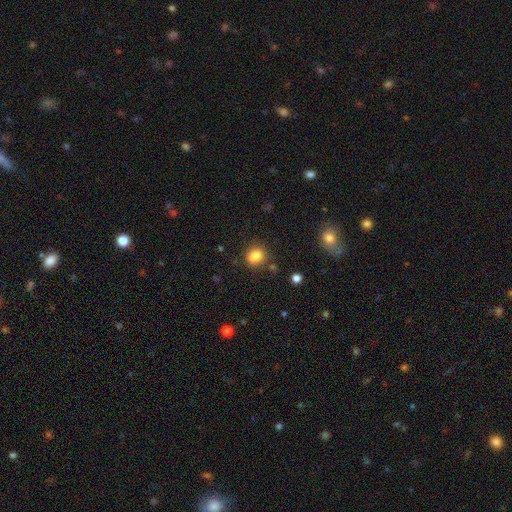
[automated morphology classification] This is clearly a smooth galaxy (83%). How rounded: likely round (77%). Merging: likely none (79%).